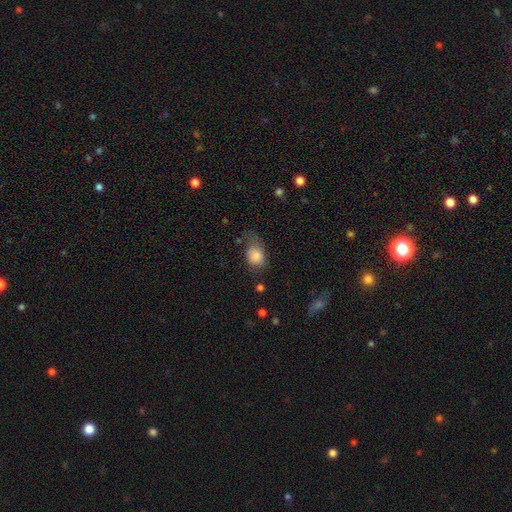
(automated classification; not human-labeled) A smooth galaxy with no disk features (81%) that is in between round and cigar-shaped (63%).

Vote fractions:
- Smooth or featured? smooth: 81% / featured or disk: 10% / star or artifact: 8%
- How rounded? in between: 63% / round: 36% / cigar-shaped: 1%
- Merging? none: 36% / minor disturbance: 34% / major disturbance: 26% / merger: 3%